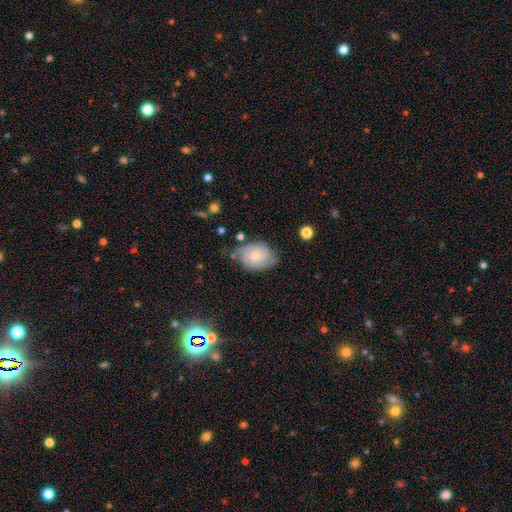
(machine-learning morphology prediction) type=smooth (50%); merging=none (61%).